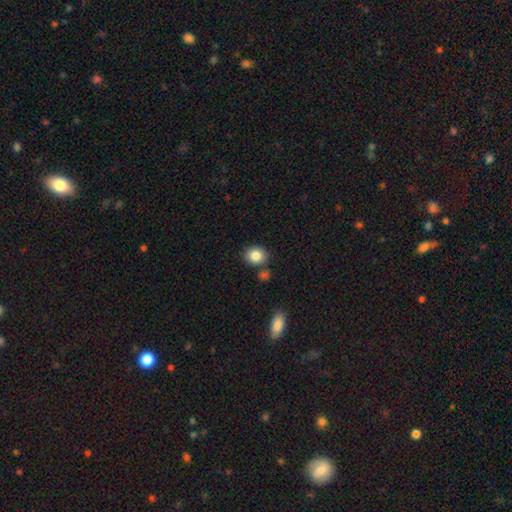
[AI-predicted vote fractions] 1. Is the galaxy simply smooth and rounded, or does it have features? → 85% smooth, 9% star or artifact, 6% featured or disk.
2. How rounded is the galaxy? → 67% round, 32% in between, 1% cigar-shaped.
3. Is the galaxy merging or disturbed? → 78% none, 11% minor disturbance, 9% merger, 3% major disturbance.